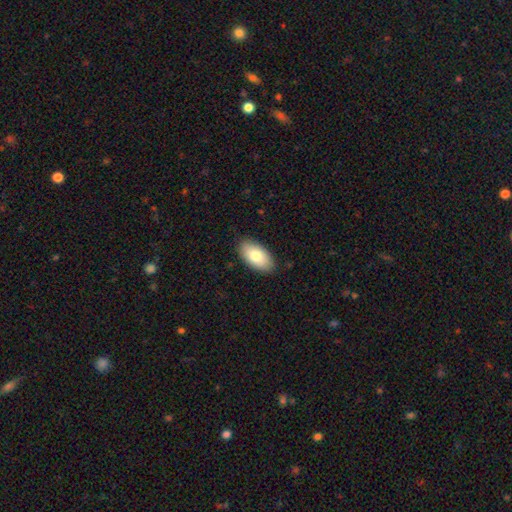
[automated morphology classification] Smooth or featured: smooth — 78% (featured or disk — 15%)
How rounded: in between — 95% (round — 3%)
Merging: none — 87% (minor disturbance — 10%)